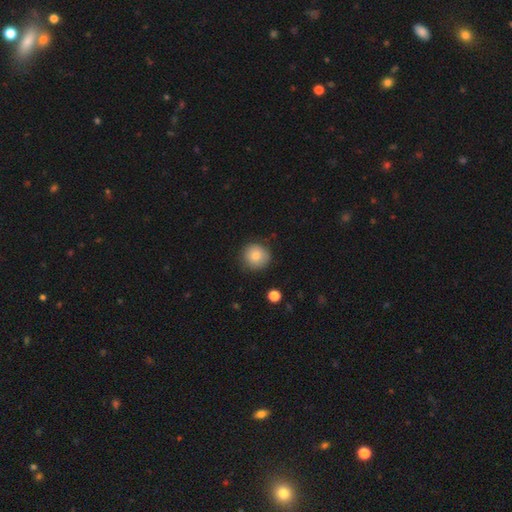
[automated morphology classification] smooth_or_featured: smooth (p=0.81) [alt: featured or disk p=0.10]
how_rounded: round (p=0.92) [alt: in between p=0.07]
merging: none (p=0.84) [alt: minor disturbance p=0.12]